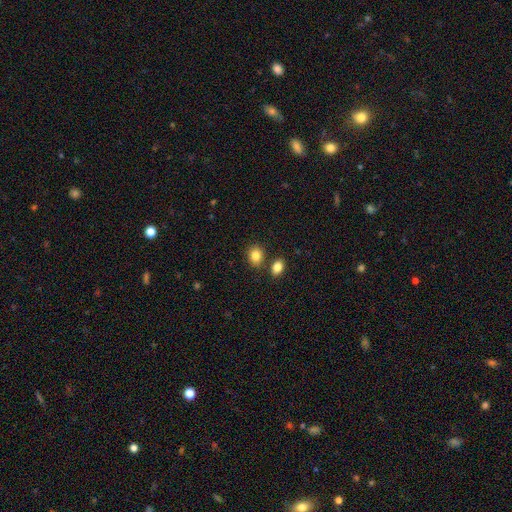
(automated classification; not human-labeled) A smooth galaxy with no disk features (85%) that is round (56%).

Vote fractions:
- Smooth or featured? smooth: 85% / star or artifact: 10% / featured or disk: 6%
- How rounded? round: 56% / in between: 43% / cigar-shaped: 1%
- Merging? none: 73% / merger: 14% / minor disturbance: 10% / major disturbance: 3%